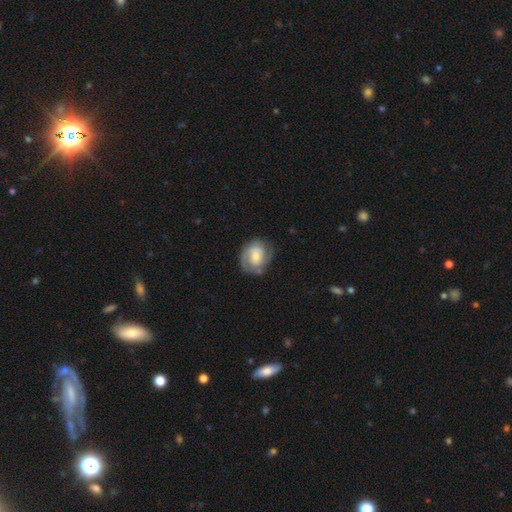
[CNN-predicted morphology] The model was most divided on "bulge size": moderate: 49%, small: 39%, large: 8%, none: 3%, dominant: 1%. More confident: edge-on disk — no (97%); spiral arms — yes (84%); merging — none (69%); smooth or featured — featured or disk (63%); bar — no (63%); spiral arm count — 2 (58%); spiral winding — tight (51%).